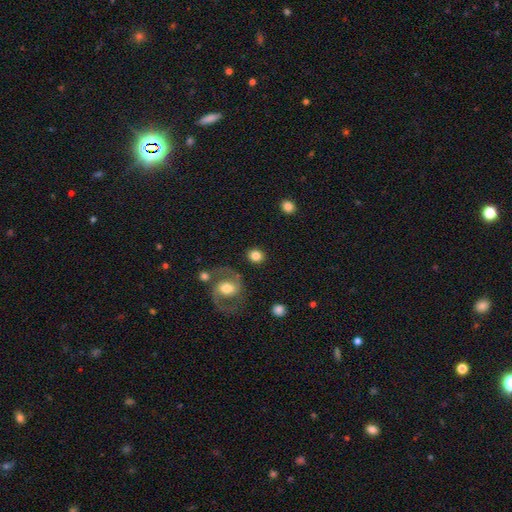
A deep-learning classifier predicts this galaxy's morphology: smooth_or_featured: smooth (p=0.79) [alt: featured or disk p=0.14]
how_rounded: round (p=0.82) [alt: in between p=0.17]
merging: none (p=0.84) [alt: minor disturbance p=0.08]